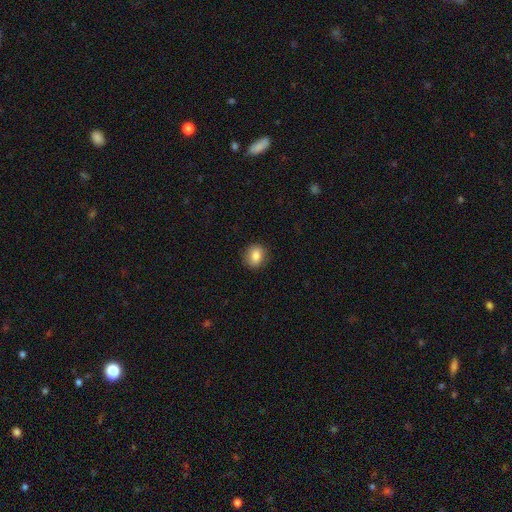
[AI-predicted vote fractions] Smooth or featured? Predicted: smooth (p=0.82). How rounded? Predicted: round (p=0.68). Merging? Predicted: none (p=0.86).